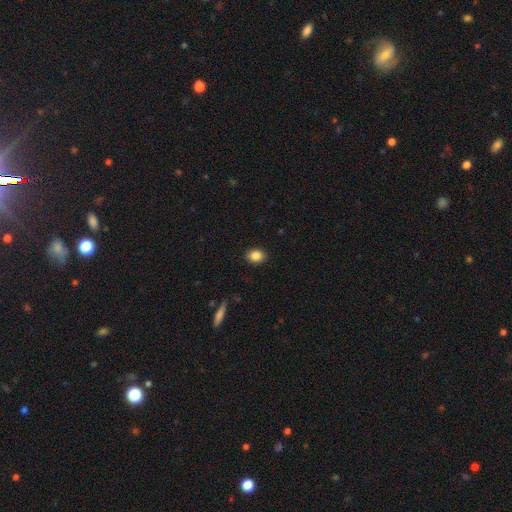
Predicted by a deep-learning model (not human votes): This appears to be a smooth galaxy with no disk features (87%) that is round (52%). Merging: none (89%).